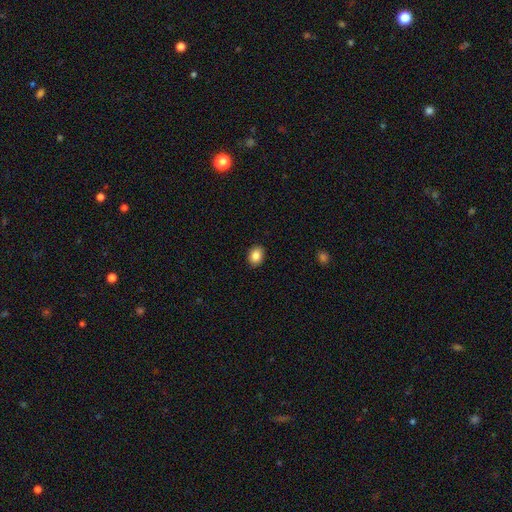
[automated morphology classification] Smooth or featured: smooth — 85% (star or artifact — 9%)
How rounded: in between — 66% (round — 33%)
Merging: none — 90% (minor disturbance — 7%)